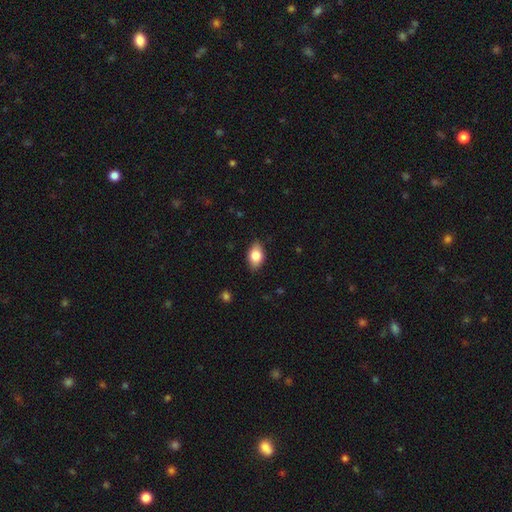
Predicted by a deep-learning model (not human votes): Morphology: type=smooth (81%); roundness=in between (89%); merging=none (84%).